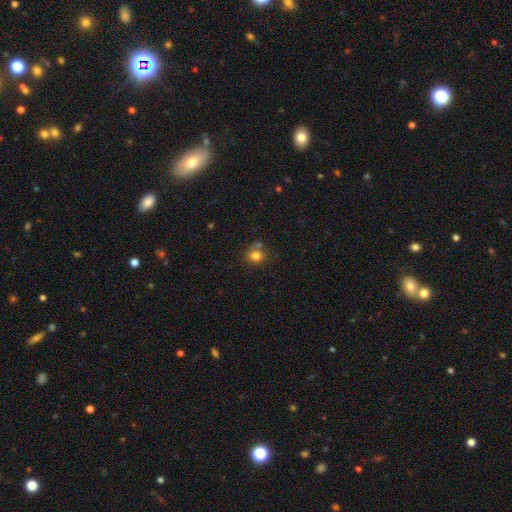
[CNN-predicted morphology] Overall: smooth (79%). How rounded: round (78%). Merging: none (61%).